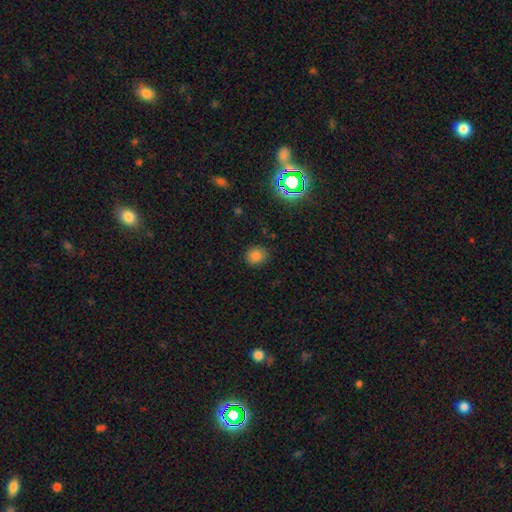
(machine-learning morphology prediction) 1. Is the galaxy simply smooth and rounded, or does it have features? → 79% smooth, 15% star or artifact, 6% featured or disk.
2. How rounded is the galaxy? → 72% round, 27% in between, 1% cigar-shaped.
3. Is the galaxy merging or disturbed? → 85% none, 11% minor disturbance, 3% major disturbance, 1% merger.